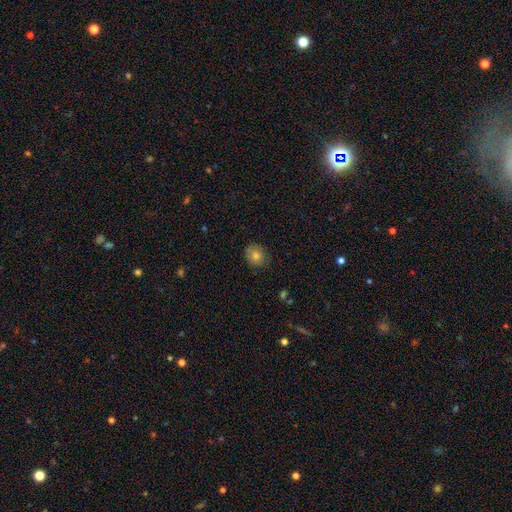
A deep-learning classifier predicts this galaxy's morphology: type=smooth (72%); roundness=round (74%); merging=none (83%).